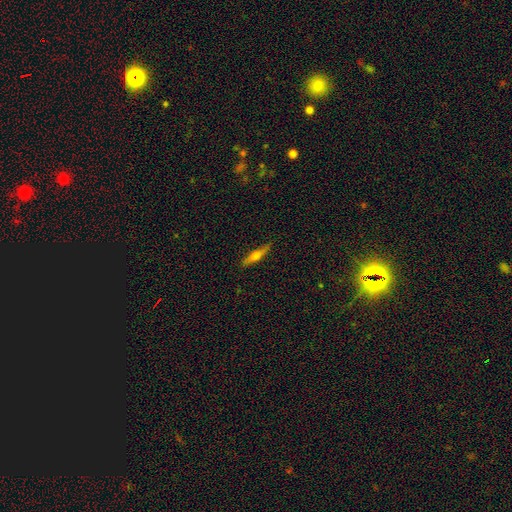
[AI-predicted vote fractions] Smooth or featured? Predicted: featured or disk (p=0.50). Merging? Predicted: none (p=0.86).